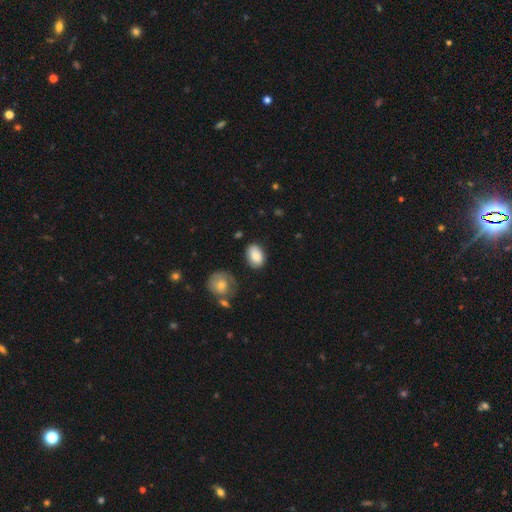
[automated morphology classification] This appears to be a smooth galaxy with no disk features (84%) that is in between round and cigar-shaped (84%). Merging: none (76%).